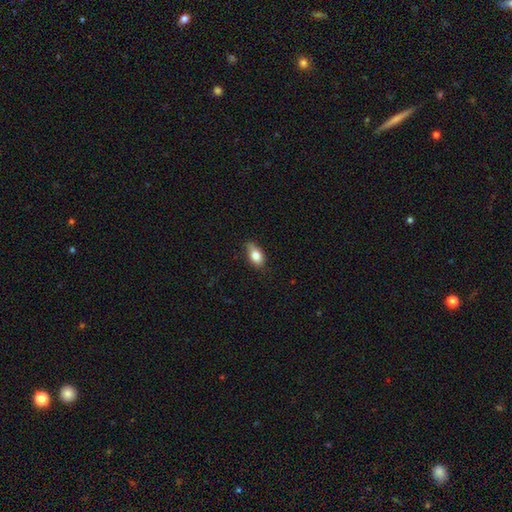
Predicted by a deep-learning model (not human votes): Morphology: type=smooth (78%); roundness=in between (86%); merging=none (66%).